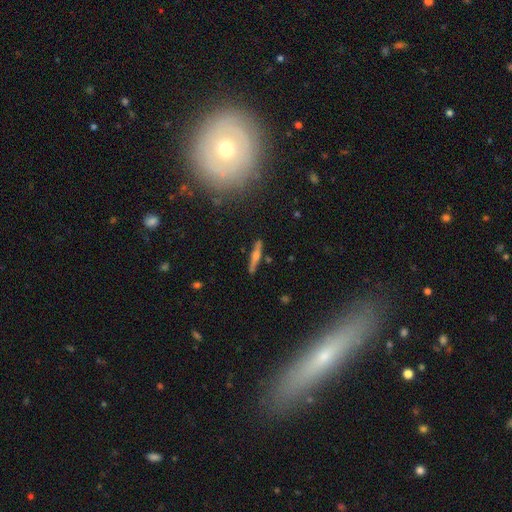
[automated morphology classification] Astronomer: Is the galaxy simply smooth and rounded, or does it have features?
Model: featured or disk — 58% (runner-up: smooth, 35%).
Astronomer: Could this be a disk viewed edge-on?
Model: yes — 95%.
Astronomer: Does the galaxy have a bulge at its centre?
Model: rounded — 83%.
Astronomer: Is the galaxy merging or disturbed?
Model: none — 87%.